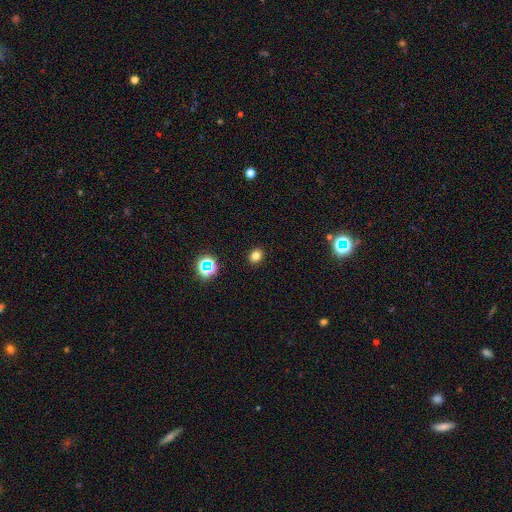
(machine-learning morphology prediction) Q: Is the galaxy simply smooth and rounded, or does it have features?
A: smooth — 78%.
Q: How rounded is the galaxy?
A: round — 66%.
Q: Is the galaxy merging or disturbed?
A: none — 91%.